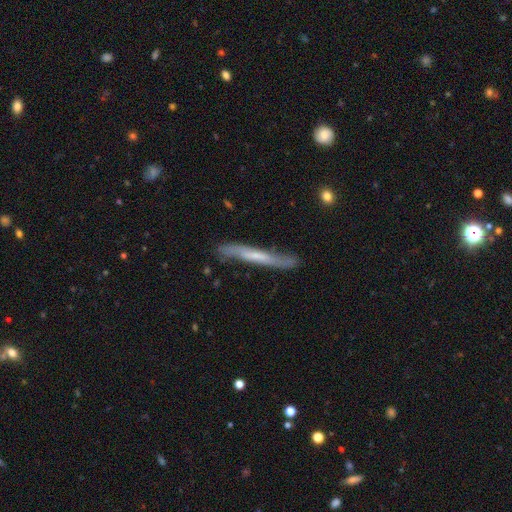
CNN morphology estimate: Smooth or featured? featured or disk (57%)
Edge-on disk? yes (76%)
Merging? none (72%)